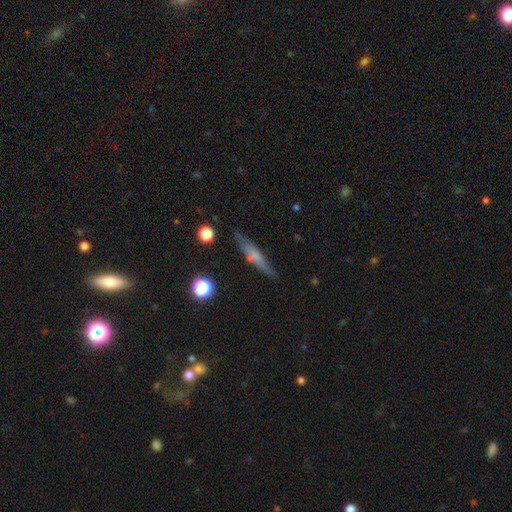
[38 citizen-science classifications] This is likely a featured or disk galaxy (61%). It is clearly viewed edge-on (83%). Edge-on bulge: likely none (68%). Merging: clearly none (80%).